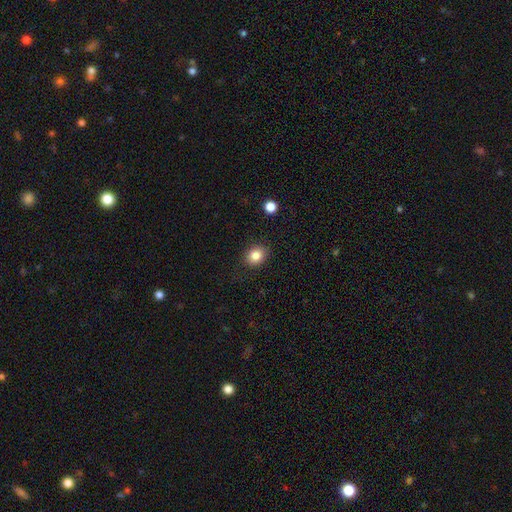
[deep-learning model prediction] Smooth or featured: smooth — 84% (star or artifact — 10%)
How rounded: round — 59% (in between — 40%)
Merging: none — 86% (minor disturbance — 10%)